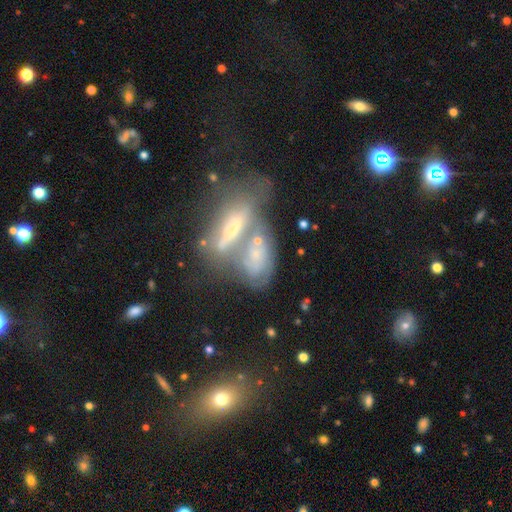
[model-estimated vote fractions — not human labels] This is possibly a featured or disk galaxy (55%). It is likely not viewed edge-on (74%). Merging: possibly merger (51%).